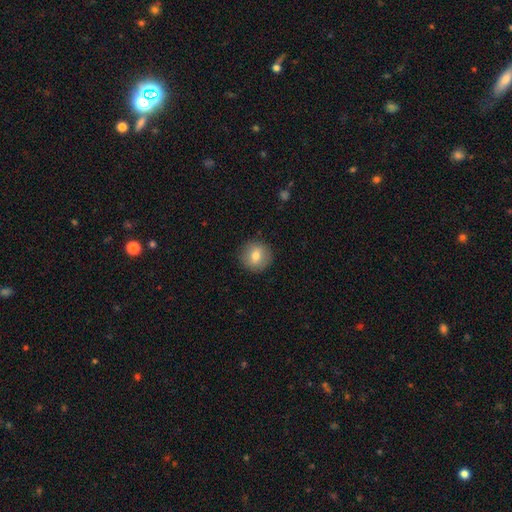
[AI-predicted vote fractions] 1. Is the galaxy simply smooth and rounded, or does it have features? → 76% smooth, 15% featured or disk, 9% star or artifact.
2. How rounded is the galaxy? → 93% round, 6% in between, 1% cigar-shaped.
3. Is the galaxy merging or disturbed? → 90% none, 7% minor disturbance, 2% major disturbance, 1% merger.